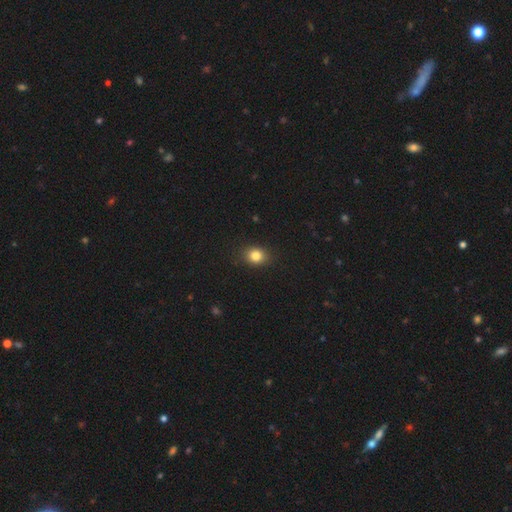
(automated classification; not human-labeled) The model was most divided on "how rounded": round: 57%, in between: 42%, cigar-shaped: 1%. More confident: merging — none (88%); smooth or featured — smooth (83%).